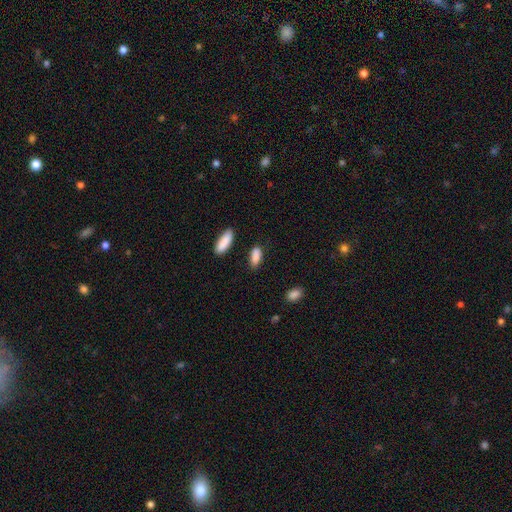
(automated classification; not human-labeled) This is clearly a smooth galaxy (88%). How rounded: likely in between (74%). Merging: clearly none (81%).